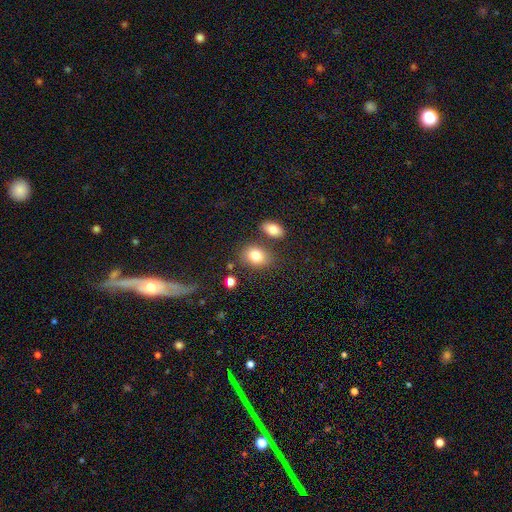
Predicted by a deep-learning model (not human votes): A smooth galaxy with no disk features (83%) that is in between round and cigar-shaped (68%). Merging: none (70%).